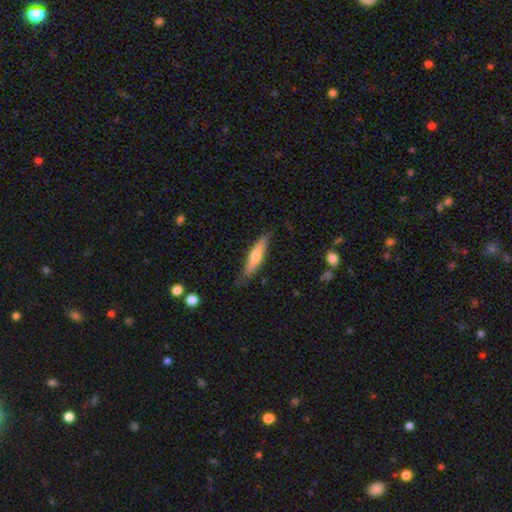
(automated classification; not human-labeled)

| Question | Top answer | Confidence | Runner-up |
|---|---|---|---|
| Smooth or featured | smooth | 55% | featured or disk (40%) |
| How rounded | cigar-shaped | 80% | in between (18%) |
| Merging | none | 73% | minor disturbance (22%) |